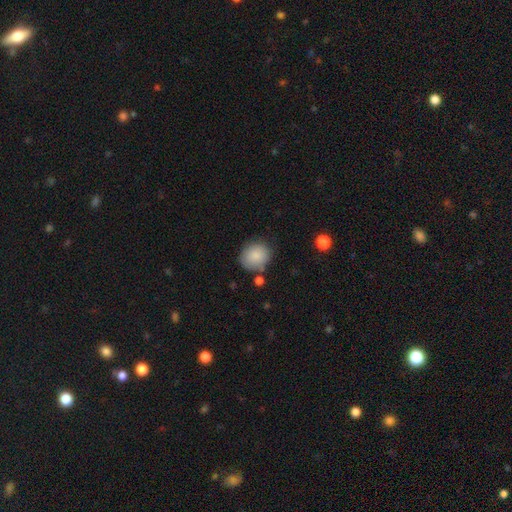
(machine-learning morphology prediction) type=smooth (87%); roundness=round (78%); merging=none (75%).